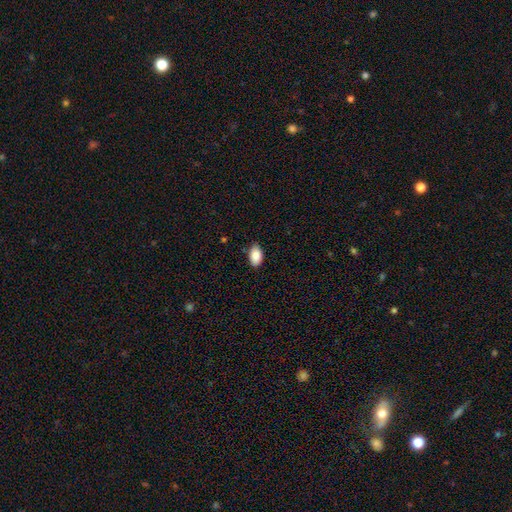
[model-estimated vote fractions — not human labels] This appears to be a smooth galaxy with no disk features (90%) that is in between round and cigar-shaped (94%). Merging: none (84%).